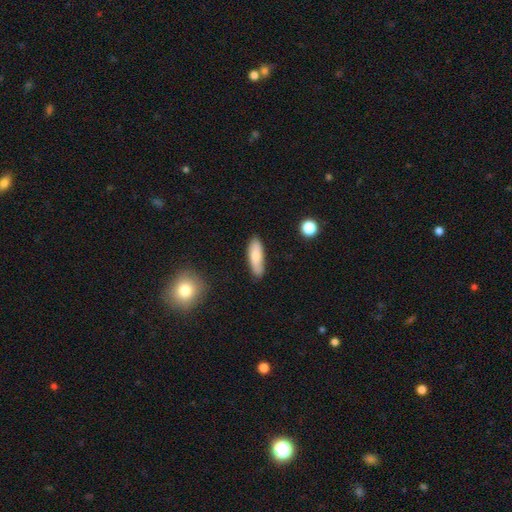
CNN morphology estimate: smooth 77%, featured or disk 17%, star or artifact 6%. Down the decision tree: how rounded — in between (54%); merging — none (82%).